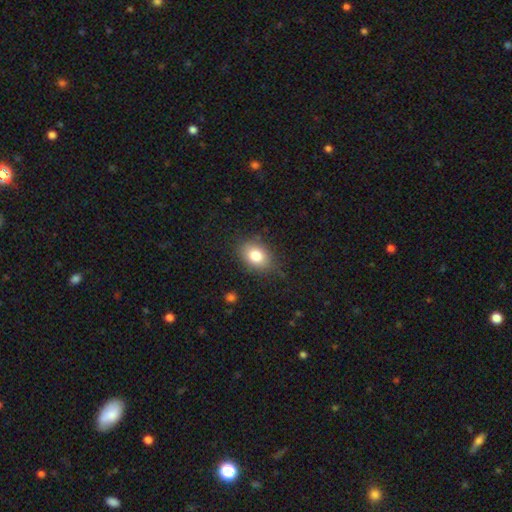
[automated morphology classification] Smooth or featured? Predicted: smooth (p=0.81). How rounded? Predicted: in between (p=0.75). Merging? Predicted: none (p=0.81).